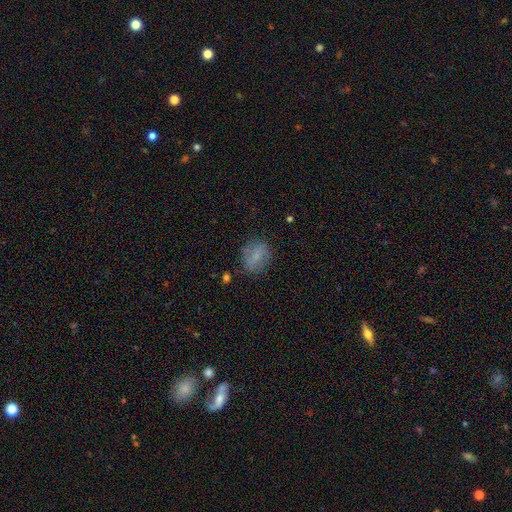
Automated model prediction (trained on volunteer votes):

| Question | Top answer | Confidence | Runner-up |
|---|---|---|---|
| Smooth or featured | smooth | 64% | featured or disk (26%) |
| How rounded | round | 56% | in between (42%) |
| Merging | none | 74% | minor disturbance (18%) |